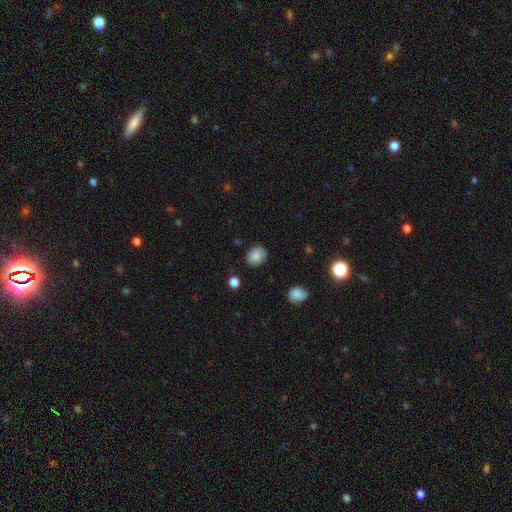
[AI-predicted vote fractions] smooth-or-featured: smooth: 84% | star or artifact: 9% | featured or disk: 7%
  how-rounded: round: 71% | in between: 28% | cigar-shaped: 1%
  merging: none: 83% | minor disturbance: 12% | major disturbance: 3% | merger: 2%